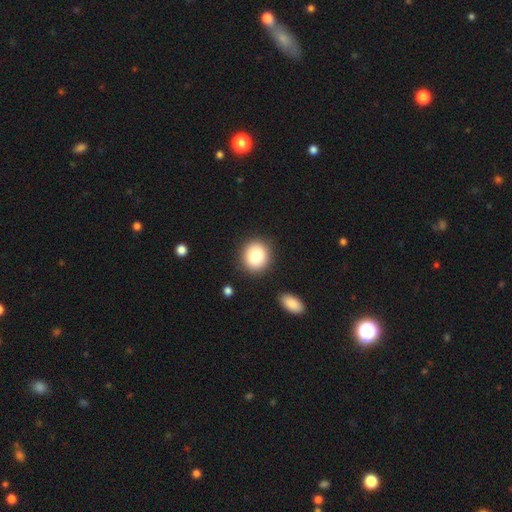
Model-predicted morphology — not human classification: Smooth or featured? Predicted: smooth (p=0.83). How rounded? Predicted: round (p=0.79). Merging? Predicted: none (p=0.88).